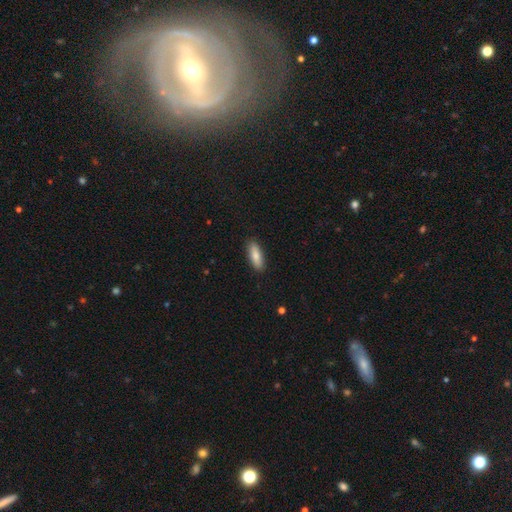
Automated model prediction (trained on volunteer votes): smooth 83%, featured or disk 11%, star or artifact 6%. Down the decision tree: how rounded — in between (62%); merging — none (89%).